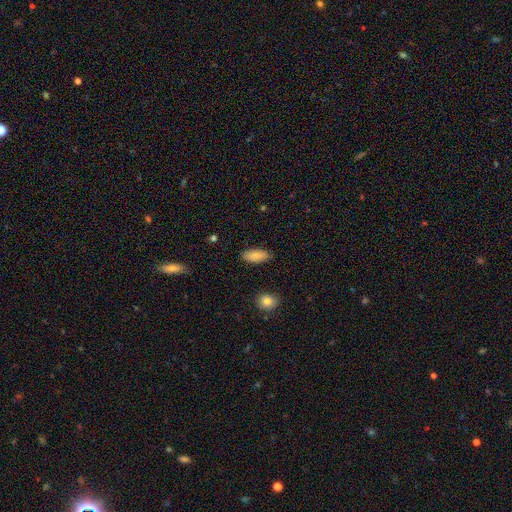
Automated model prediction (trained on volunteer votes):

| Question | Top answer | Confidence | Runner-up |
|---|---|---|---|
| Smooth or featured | smooth | 85% | featured or disk (8%) |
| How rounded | in between | 82% | cigar-shaped (16%) |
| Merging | none | 87% | minor disturbance (10%) |